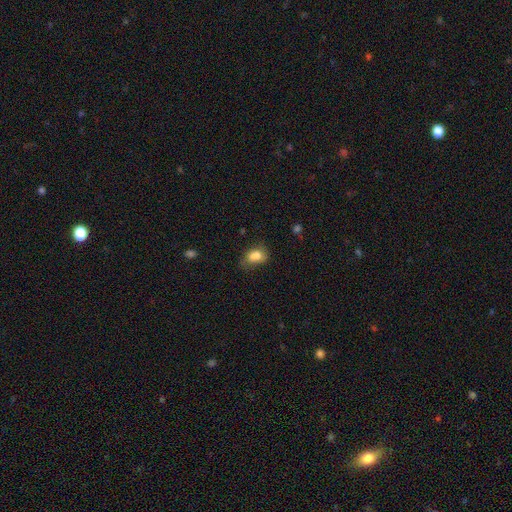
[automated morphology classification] Smooth or featured? smooth (78%)
How rounded? in between (67%)
Merging? none (42%)